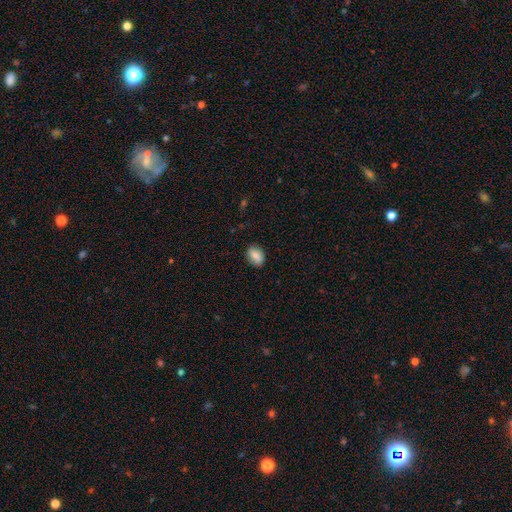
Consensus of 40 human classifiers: Overall: smooth (85%). How rounded: in between (82%). Merging: none (78%).